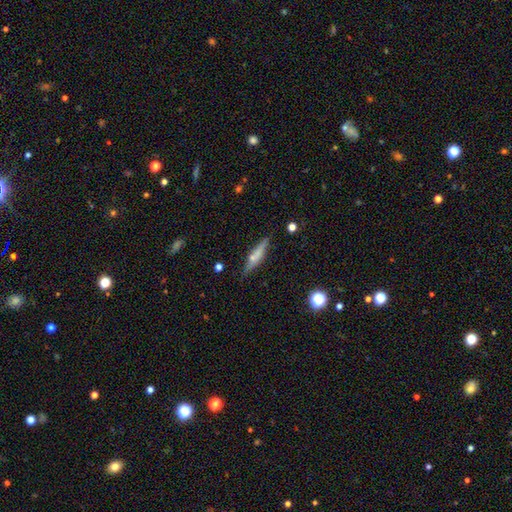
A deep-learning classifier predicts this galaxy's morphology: Smooth or featured? smooth (53%)
How rounded? cigar-shaped (83%)
Merging? none (80%)